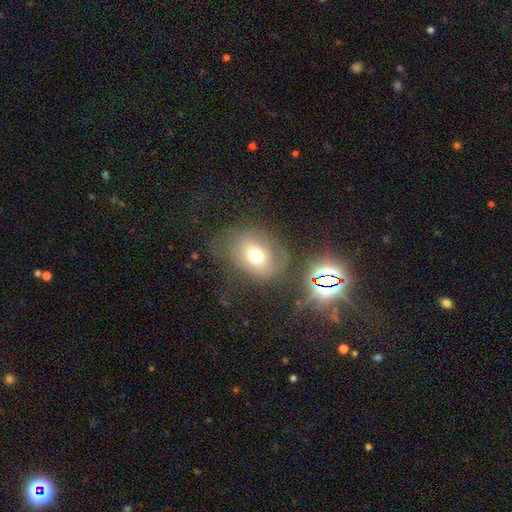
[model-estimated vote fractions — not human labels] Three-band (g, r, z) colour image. It shows a smooth galaxy with no disk features (62%) that is in between round and cigar-shaped (55%). Merging: none (53%).